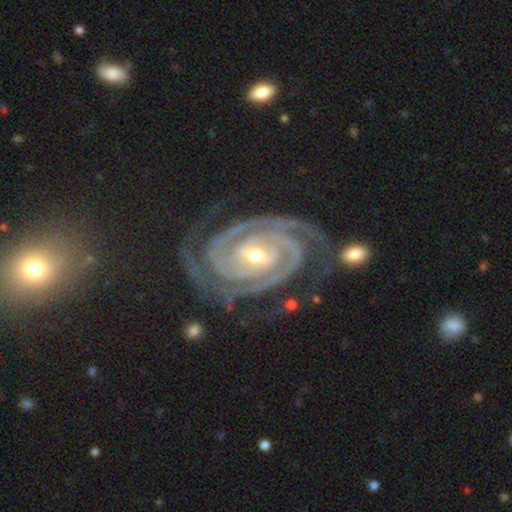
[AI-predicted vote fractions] smooth_or_featured: featured or disk (p=0.94) [alt: star or artifact p=0.04]
disk_edge_on: no (p=0.97) [alt: yes p=0.03]
bar: weak (p=0.36) [alt: strong p=0.32]
has_spiral_arms: yes (p=0.99) [alt: no p=0.01]
spiral_winding: tight (p=0.85) [alt: medium p=0.14]
spiral_arm_count: 2 (p=0.60) [alt: 3 p=0.19]
bulge_size: moderate (p=0.58) [alt: small p=0.38]
merging: none (p=0.73) [alt: minor disturbance p=0.17]